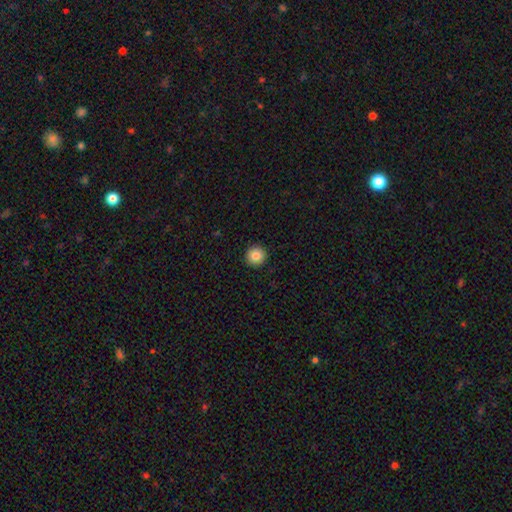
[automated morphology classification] smooth 85%, star or artifact 9%, featured or disk 5%. Down the decision tree: how rounded — round (95%); merging — none (93%).